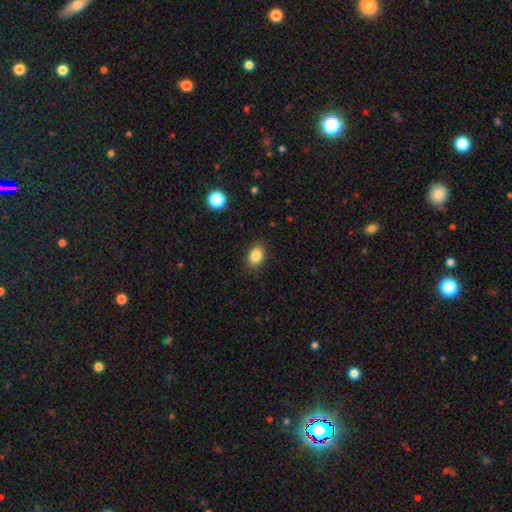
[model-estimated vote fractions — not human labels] The model was most divided on "how rounded": in between: 77%, round: 22%, cigar-shaped: 1%. More confident: merging — none (87%); smooth or featured — smooth (86%).